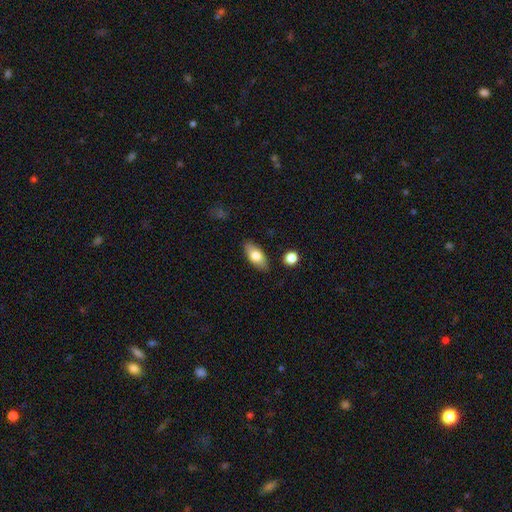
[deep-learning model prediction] This appears to be a smooth galaxy with no disk features (74%) that is in between round and cigar-shaped (86%). Merging: none (85%).